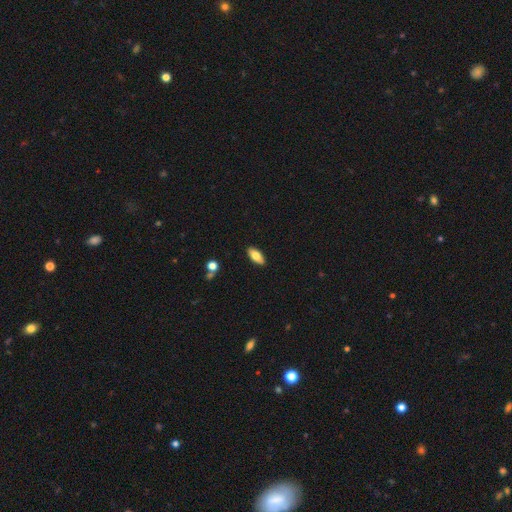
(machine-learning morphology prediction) Q: Smooth or featured?
A: smooth (74%); runner-up: featured or disk (19%)
Q: How rounded?
A: in between (83%); runner-up: cigar-shaped (15%)
Q: Merging?
A: none (89%); runner-up: minor disturbance (8%)